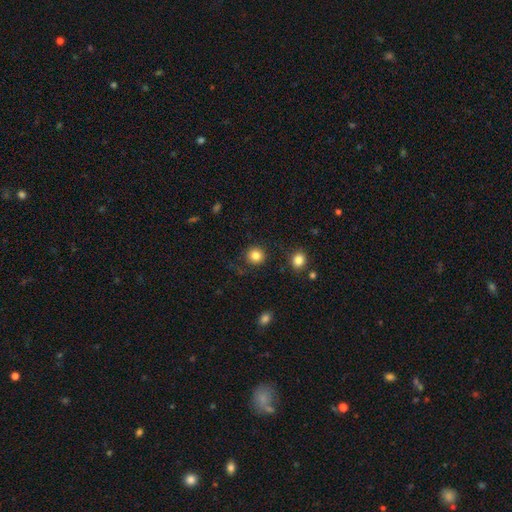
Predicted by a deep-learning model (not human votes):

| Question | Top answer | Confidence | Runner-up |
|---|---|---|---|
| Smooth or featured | smooth | 83% | star or artifact (11%) |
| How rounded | round | 92% | in between (7%) |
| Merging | none | 88% | minor disturbance (7%) |